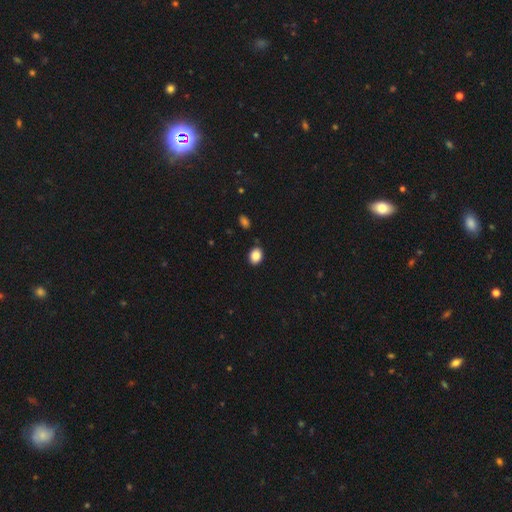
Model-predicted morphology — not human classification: Q: Smooth or featured?
A: smooth (86%); runner-up: star or artifact (9%)
Q: How rounded?
A: in between (63%); runner-up: round (36%)
Q: Merging?
A: none (85%); runner-up: minor disturbance (10%)